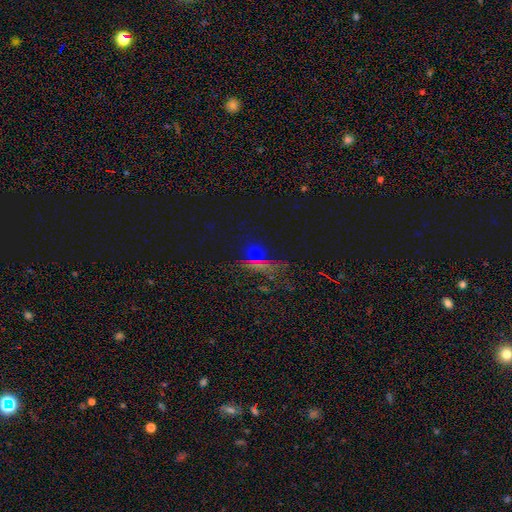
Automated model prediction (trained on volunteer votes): This is possibly a star or artifact rather than a galaxy (52%).